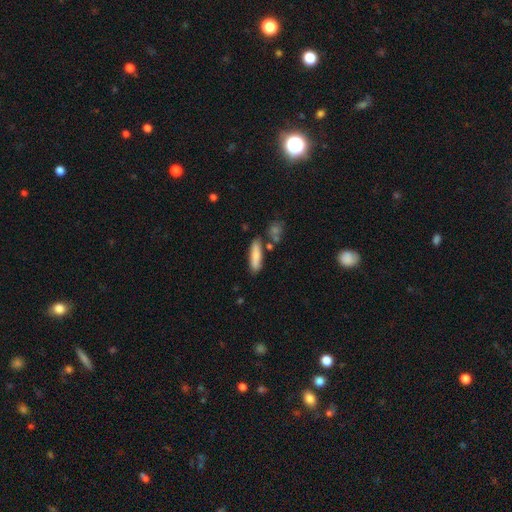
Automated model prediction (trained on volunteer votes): A smooth galaxy with no disk features (81%) that is cigar-shaped (67%). Merging: none (75%).